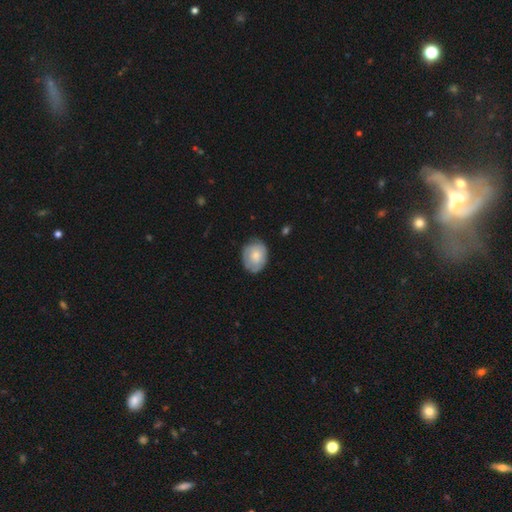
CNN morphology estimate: Smooth or featured: smooth — 66% (featured or disk — 28%)
How rounded: in between — 54% (round — 45%)
Merging: none — 69% (minor disturbance — 24%)